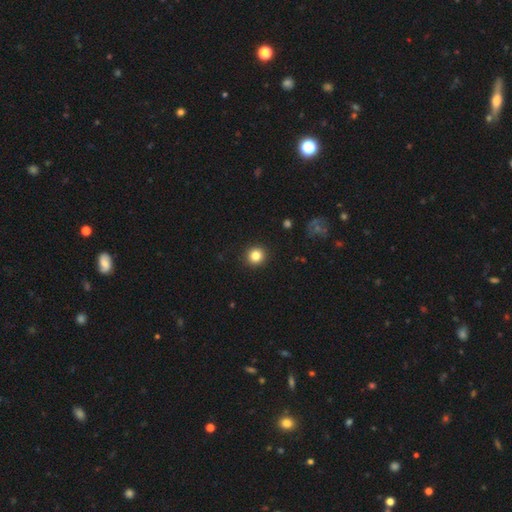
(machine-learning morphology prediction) This is clearly a smooth galaxy (84%). How rounded: clearly round (93%). Merging: clearly none (93%).